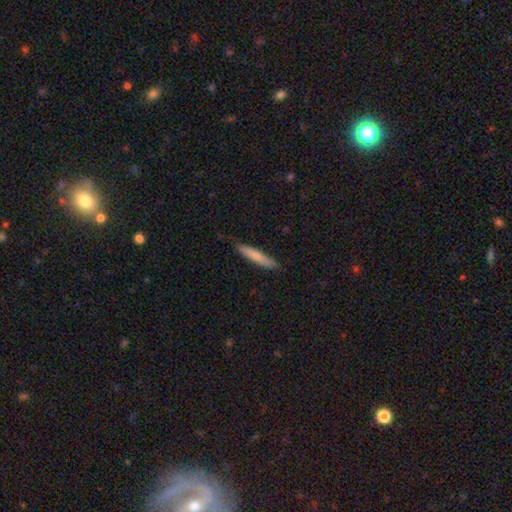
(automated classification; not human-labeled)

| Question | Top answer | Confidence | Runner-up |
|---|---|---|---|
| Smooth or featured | smooth | 76% | featured or disk (19%) |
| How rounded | cigar-shaped | 91% | in between (7%) |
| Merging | none | 85% | minor disturbance (12%) |